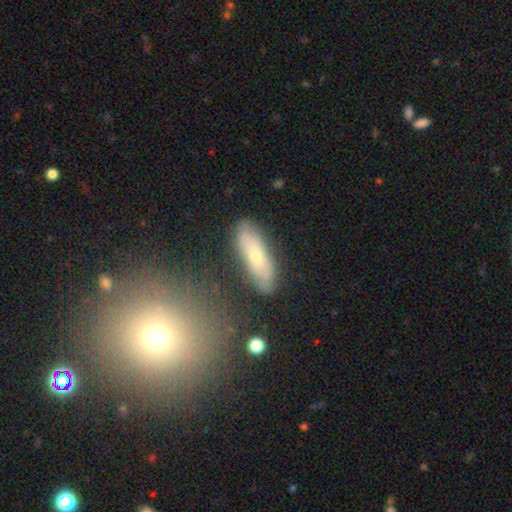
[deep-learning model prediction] smooth-or-featured: smooth: 59% | featured or disk: 34% | star or artifact: 7%
  how-rounded: in between: 50% | cigar-shaped: 48% | round: 3%
  merging: none: 79% | minor disturbance: 14% | major disturbance: 4% | merger: 3%